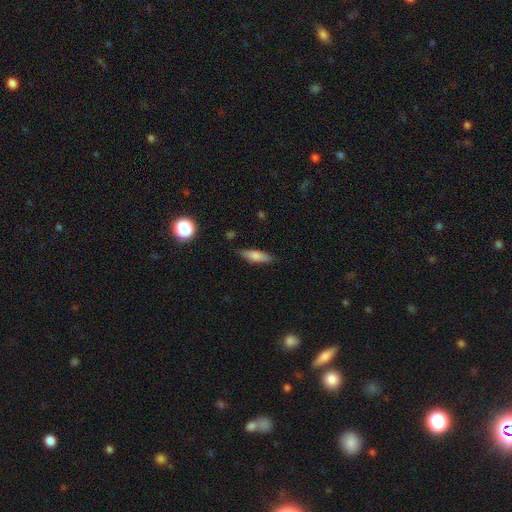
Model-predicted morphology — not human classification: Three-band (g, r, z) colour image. It shows a smooth galaxy with no disk features (74%) that is cigar-shaped (56%). Merging: none (83%).